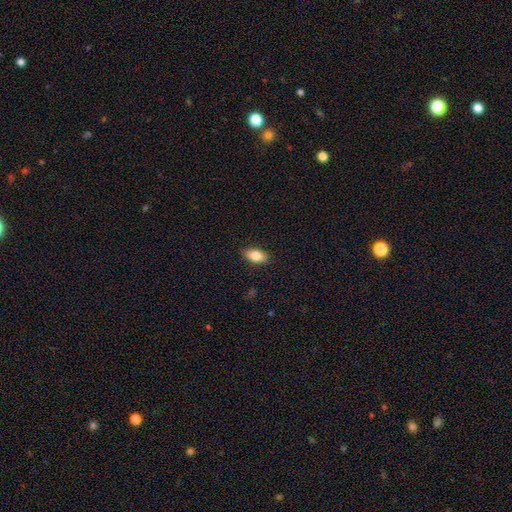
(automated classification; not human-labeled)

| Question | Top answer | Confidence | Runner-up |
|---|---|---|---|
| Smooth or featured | smooth | 83% | featured or disk (9%) |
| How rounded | in between | 91% | round (6%) |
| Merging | none | 89% | minor disturbance (8%) |